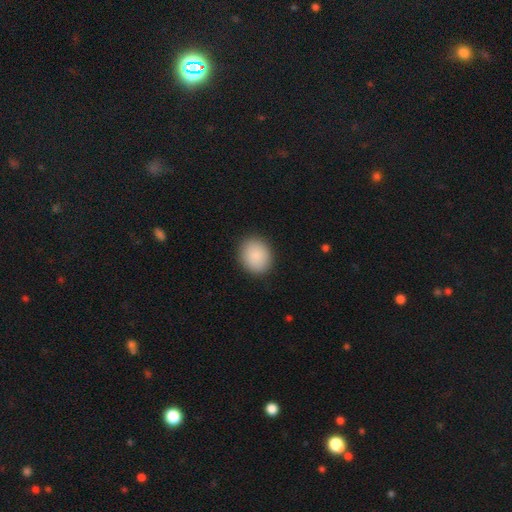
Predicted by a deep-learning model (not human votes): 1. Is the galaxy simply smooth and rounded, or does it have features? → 89% smooth, 7% star or artifact, 4% featured or disk.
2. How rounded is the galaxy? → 65% round, 34% in between, 1% cigar-shaped.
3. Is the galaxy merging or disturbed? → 90% none, 7% minor disturbance, 2% major disturbance, 1% merger.